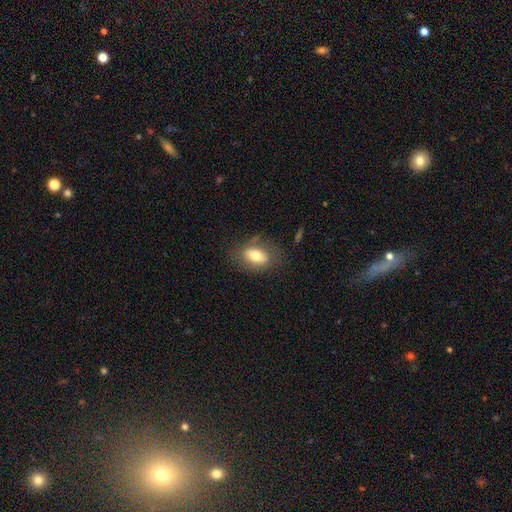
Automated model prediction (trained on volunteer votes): Smooth or featured?
  - smooth: 70% *
  - featured or disk: 22%
  - star or artifact: 8%
How rounded?
  - in between: 84% *
  - round: 12%
  - cigar-shaped: 4%
Merging?
  - none: 70% *
  - minor disturbance: 19%
  - major disturbance: 8%
  - merger: 2%